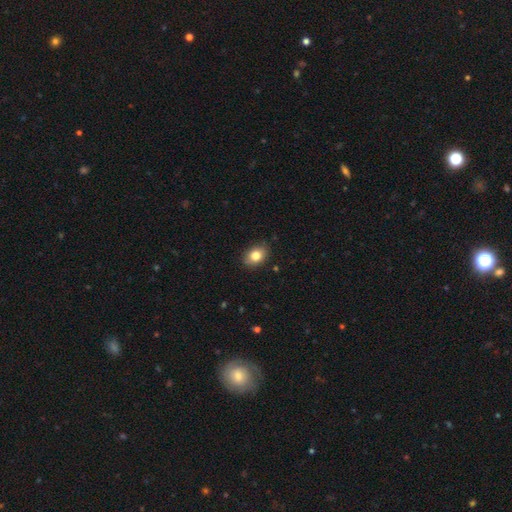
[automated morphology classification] smooth_or_featured: smooth (p=0.82) [alt: star or artifact p=0.09]
how_rounded: in between (p=0.69) [alt: round p=0.30]
merging: none (p=0.86) [alt: minor disturbance p=0.11]